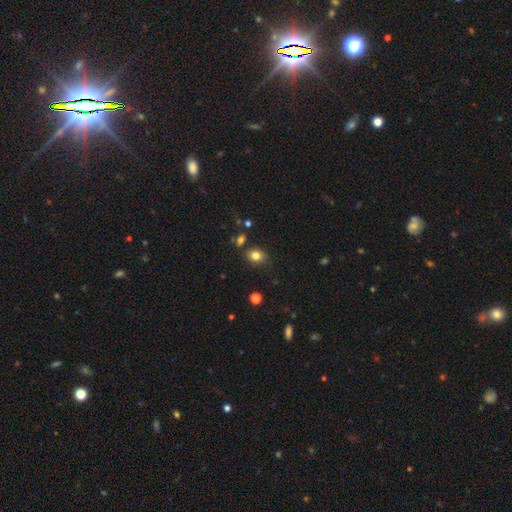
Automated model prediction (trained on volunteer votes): smooth 82%, star or artifact 11%, featured or disk 7%. Down the decision tree: how rounded — in between (55%); merging — none (75%).